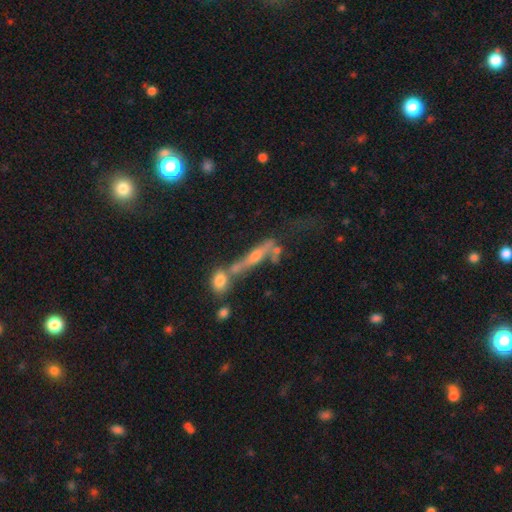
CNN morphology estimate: This appears to be a featured or disk galaxy (56%) viewed edge-on (59%). Merging: merger (46%).